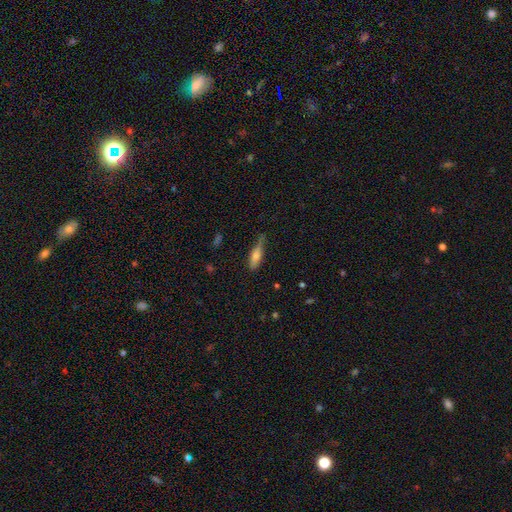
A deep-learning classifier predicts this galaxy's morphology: This is possibly a smooth galaxy (52%). How rounded: likely cigar-shaped (69%). Merging: likely none (63%).